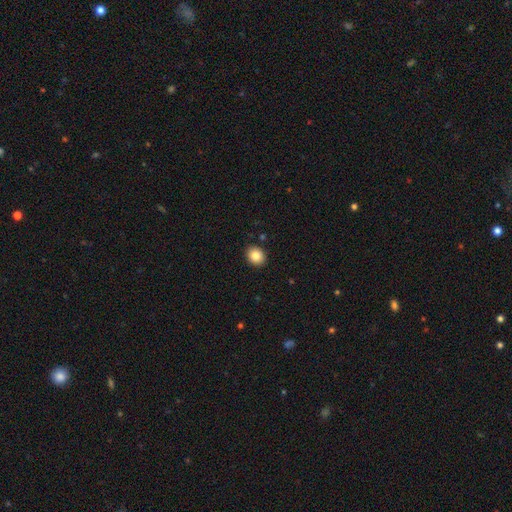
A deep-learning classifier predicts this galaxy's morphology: type=smooth (85%); roundness=round (66%); merging=none (91%).